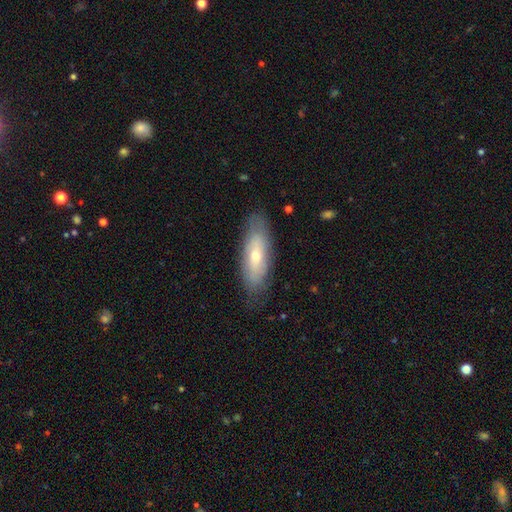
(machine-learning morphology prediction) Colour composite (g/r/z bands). It shows a smooth galaxy with no disk features (52%) that is in between round and cigar-shaped (62%). Merging: none (79%).